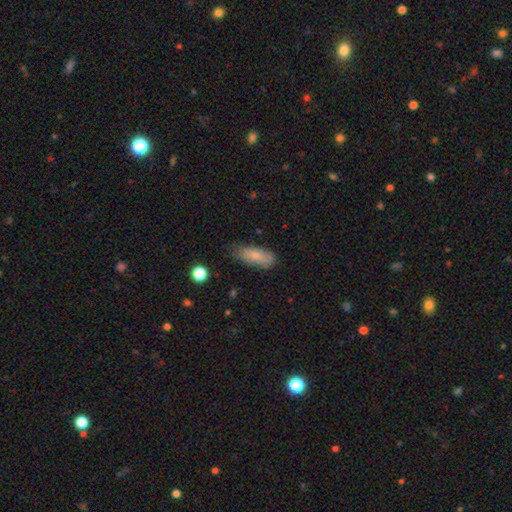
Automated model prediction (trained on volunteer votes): This appears to be a smooth galaxy with no disk features (79%) that is in between round and cigar-shaped (76%). Merging: none (65%).